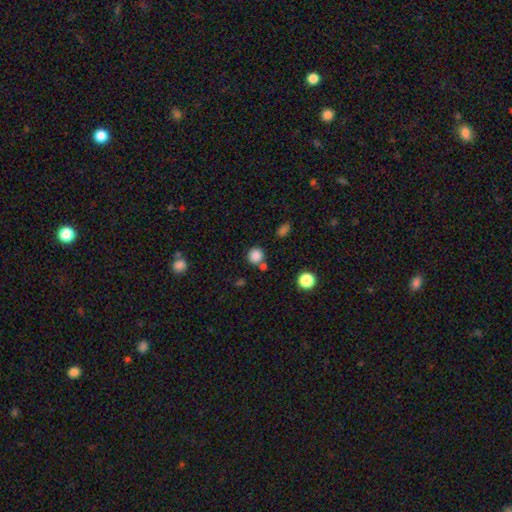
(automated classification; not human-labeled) Smooth or featured: smooth — 84% (star or artifact — 12%)
How rounded: round — 89% (in between — 10%)
Merging: none — 72% (merger — 14%)